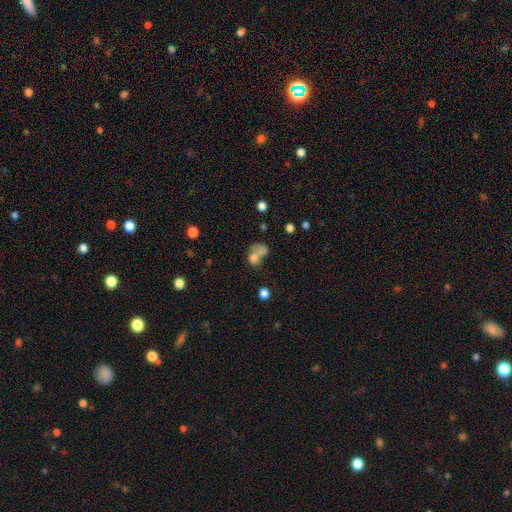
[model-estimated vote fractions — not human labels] Smooth or featured? smooth (68%)
How rounded? in between (52%)
Merging? merger (55%)